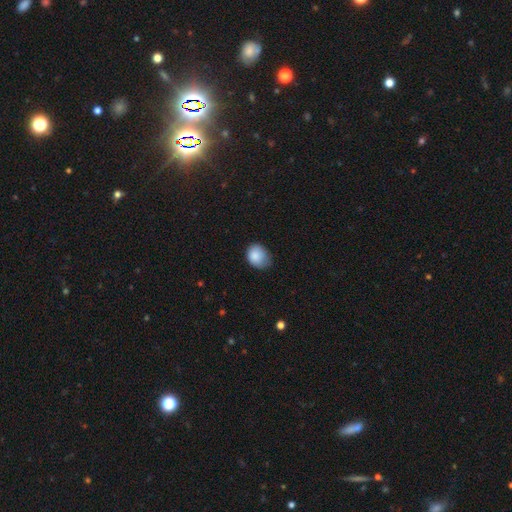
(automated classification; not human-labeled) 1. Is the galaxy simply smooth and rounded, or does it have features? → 87% smooth, 8% star or artifact, 5% featured or disk.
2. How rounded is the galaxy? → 54% in between, 45% round, 1% cigar-shaped.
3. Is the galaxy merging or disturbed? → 55% none, 37% minor disturbance, 7% major disturbance, 1% merger.